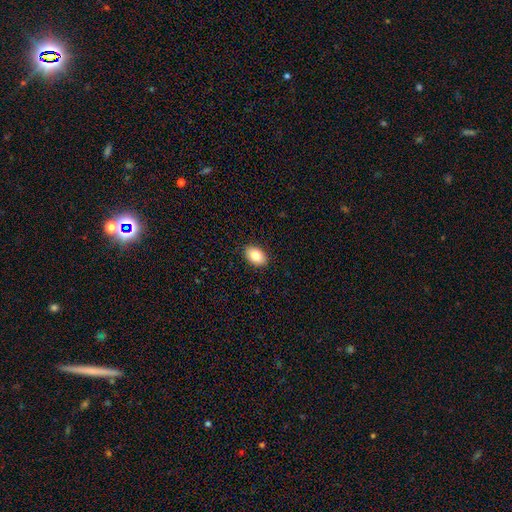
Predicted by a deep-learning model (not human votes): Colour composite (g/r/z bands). It shows a smooth galaxy with no disk features (83%) that is in between round and cigar-shaped (86%). Merging: none (90%).